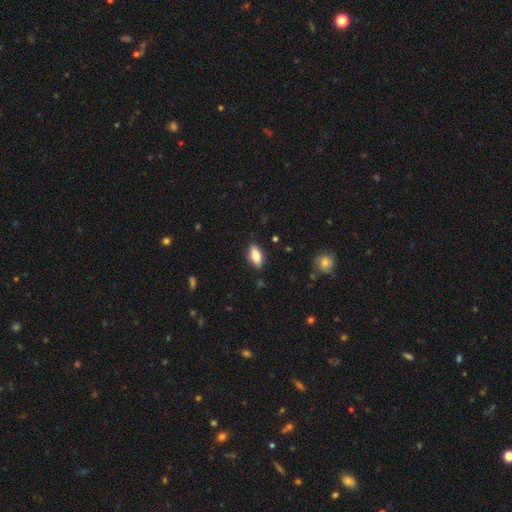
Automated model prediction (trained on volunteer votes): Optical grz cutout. It shows a smooth galaxy with no disk features (78%) that is in between round and cigar-shaped (84%). Merging: none (86%).